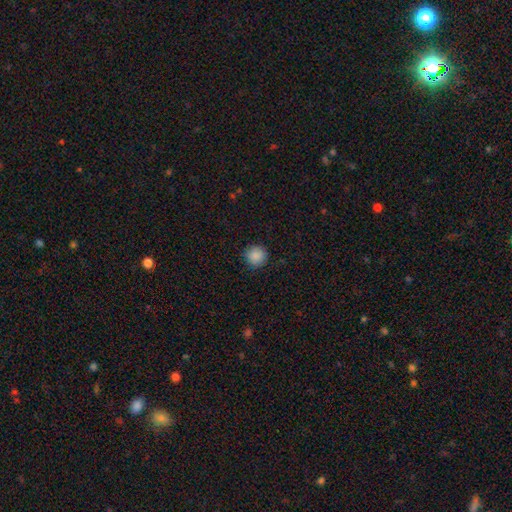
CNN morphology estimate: Q: Smooth or featured?
A: smooth (88%); runner-up: star or artifact (9%)
Q: How rounded?
A: round (94%); runner-up: in between (5%)
Q: Merging?
A: none (89%); runner-up: minor disturbance (8%)